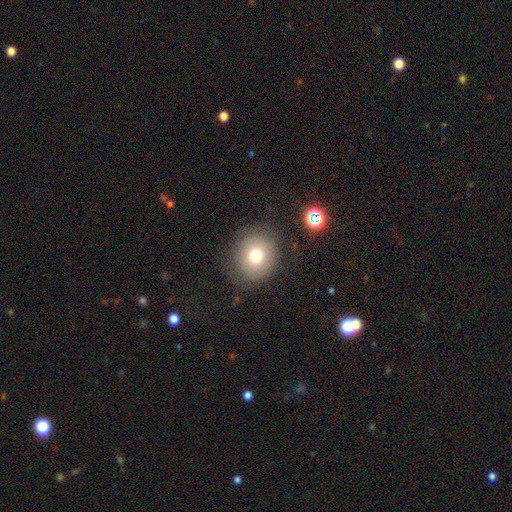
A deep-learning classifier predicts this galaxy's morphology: Smooth or featured?
  - smooth: 73% *
  - featured or disk: 14%
  - star or artifact: 13%
How rounded?
  - round: 83% *
  - in between: 16%
  - cigar-shaped: 1%
Merging?
  - none: 79% *
  - minor disturbance: 12%
  - major disturbance: 6%
  - merger: 2%